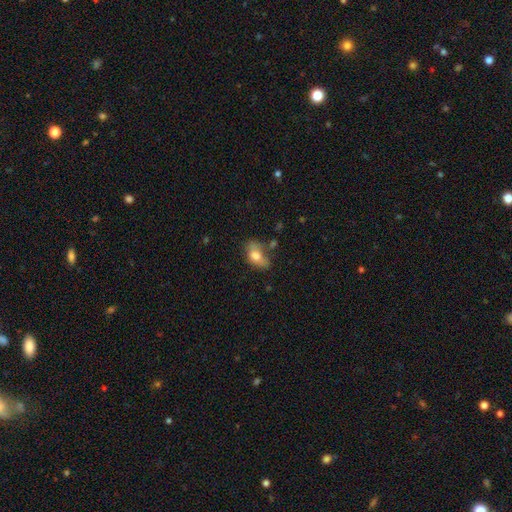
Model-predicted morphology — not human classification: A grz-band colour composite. It shows a smooth galaxy with no disk features (71%) that is in between round and cigar-shaped (86%). Merging: none (44%).